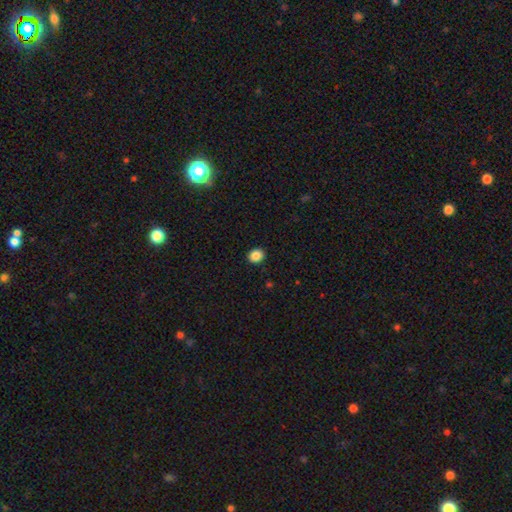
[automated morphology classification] smooth 87%, star or artifact 10%, featured or disk 3%. Down the decision tree: how rounded — round (72%); merging — none (92%).